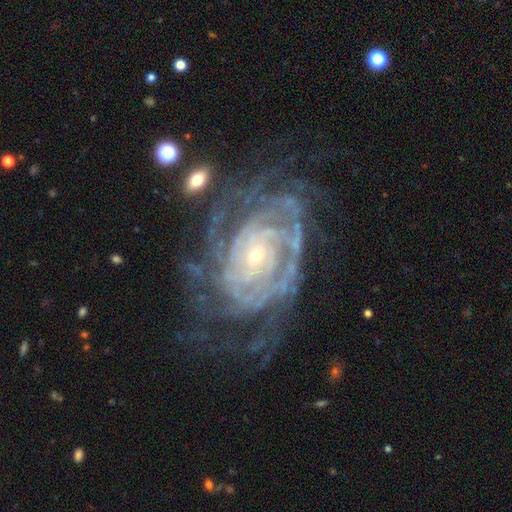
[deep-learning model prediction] Q: Smooth or featured?
A: featured or disk (90%); runner-up: star or artifact (6%)
Q: Edge-on disk?
A: no (97%); runner-up: yes (3%)
Q: Bar?
A: no (69%); runner-up: weak (22%)
Q: Spiral arms?
A: yes (97%); runner-up: no (3%)
Q: Spiral winding?
A: tight (78%); runner-up: medium (18%)
Q: Spiral arm count?
A: can't tell (29%); runner-up: 4 (19%)
Q: Bulge size?
A: small (79%); runner-up: moderate (17%)
Q: Merging?
A: none (62%); runner-up: minor disturbance (21%)